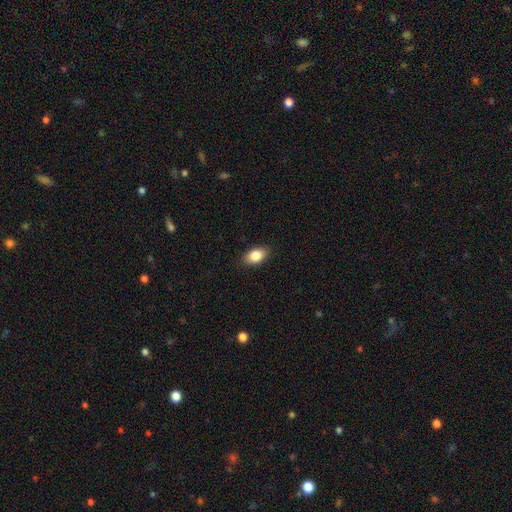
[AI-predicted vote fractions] Overall: smooth (84%). How rounded: in between (89%). Merging: none (88%).